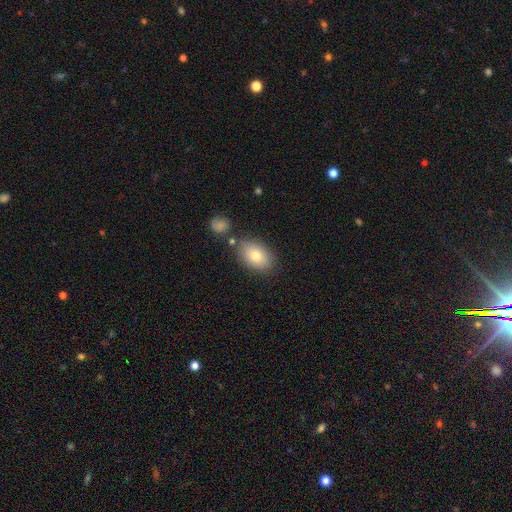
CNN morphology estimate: The model was most divided on "smooth or featured": smooth: 77%, featured or disk: 15%, star or artifact: 9%. More confident: how rounded — in between (84%); merging — none (77%).